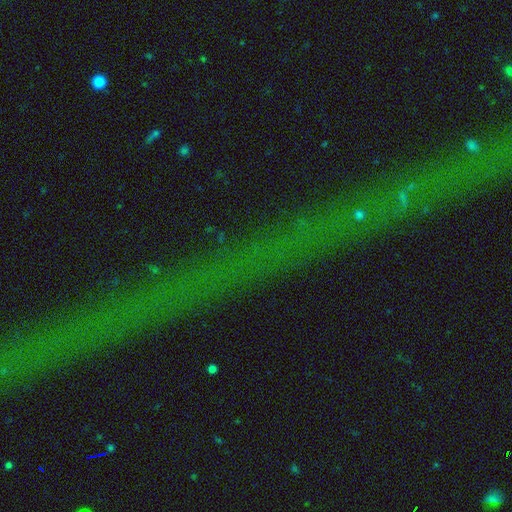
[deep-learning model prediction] Q: Smooth or featured?
A: star or artifact (67%); runner-up: featured or disk (19%)